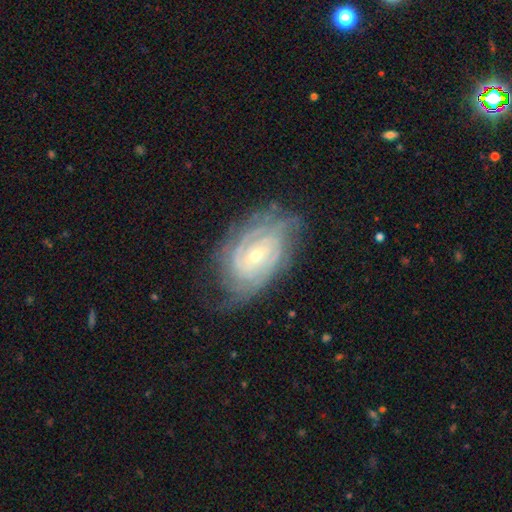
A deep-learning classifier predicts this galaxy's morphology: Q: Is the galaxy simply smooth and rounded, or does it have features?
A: featured or disk — 87%.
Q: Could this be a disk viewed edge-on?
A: no — 96%.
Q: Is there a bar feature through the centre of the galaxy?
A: no — 52%.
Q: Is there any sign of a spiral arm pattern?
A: yes — 96%.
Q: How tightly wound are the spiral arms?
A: tight — 74%.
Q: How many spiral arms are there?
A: can't tell — 34%.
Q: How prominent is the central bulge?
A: small — 66%.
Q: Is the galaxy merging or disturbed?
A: none — 68%.